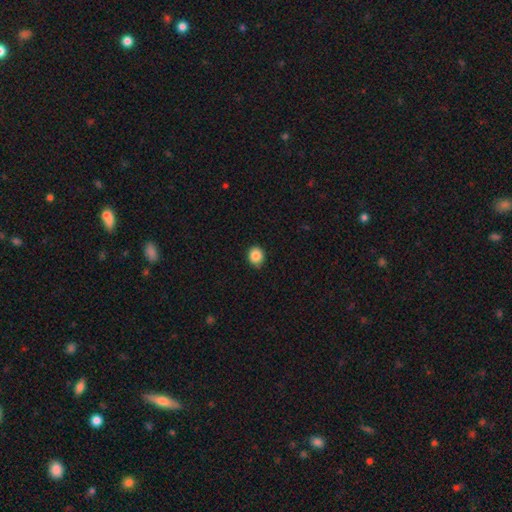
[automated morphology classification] This appears to be a smooth galaxy with no disk features (87%) that is round (77%). Merging: none (87%).